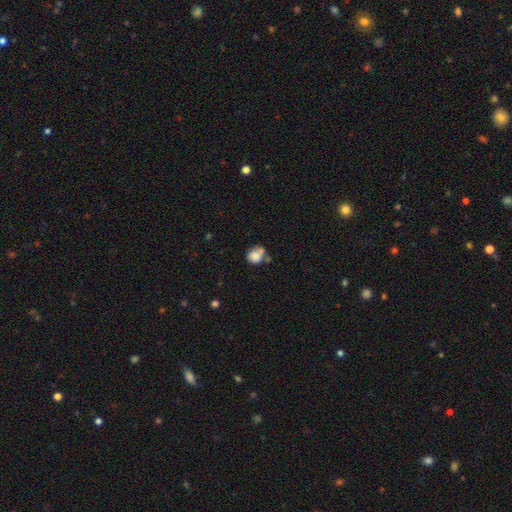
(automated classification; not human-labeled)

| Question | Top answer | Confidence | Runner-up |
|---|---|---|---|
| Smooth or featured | smooth | 79% | featured or disk (11%) |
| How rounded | round | 66% | in between (33%) |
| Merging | none | 41% | merger (27%) |